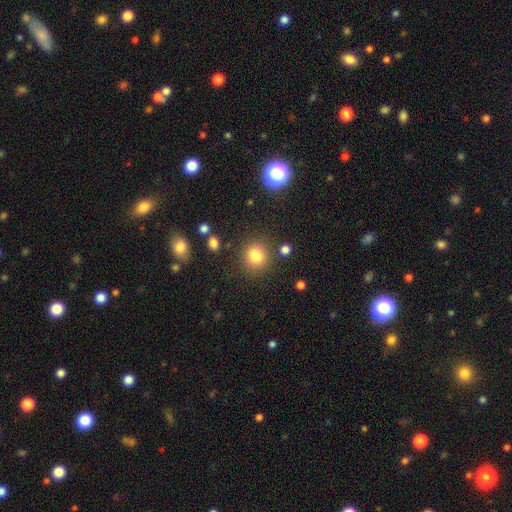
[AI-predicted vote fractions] smooth 82%, star or artifact 12%, featured or disk 6%. Down the decision tree: how rounded — round (83%); merging — none (81%).